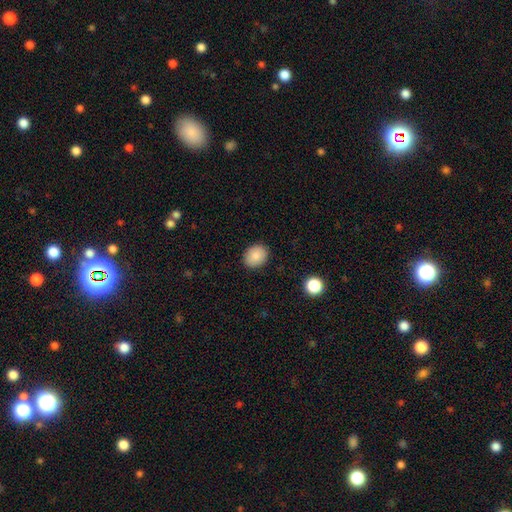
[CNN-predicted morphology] This appears to be a smooth galaxy with no disk features (87%) that is round (51%). Merging: none (89%).